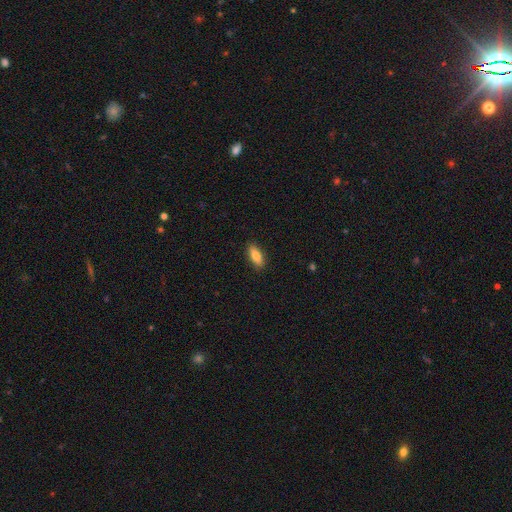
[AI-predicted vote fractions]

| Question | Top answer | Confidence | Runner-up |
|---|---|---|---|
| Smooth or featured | smooth | 77% | featured or disk (17%) |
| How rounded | in between | 67% | cigar-shaped (30%) |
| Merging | none | 88% | minor disturbance (9%) |